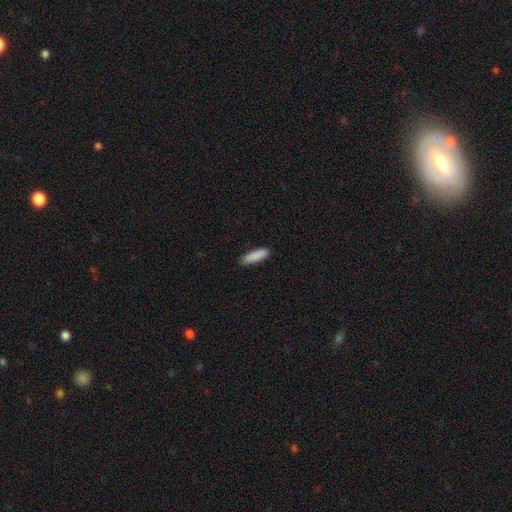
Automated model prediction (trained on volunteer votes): This appears to be a smooth galaxy with no disk features (89%) that is cigar-shaped (57%). Merging: none (88%).